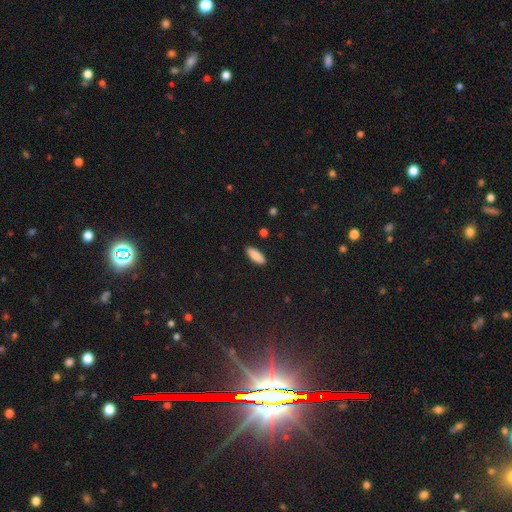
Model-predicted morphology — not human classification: Overall: smooth (88%). How rounded: in between (67%; cigar-shaped 31%). Merging: none (89%).